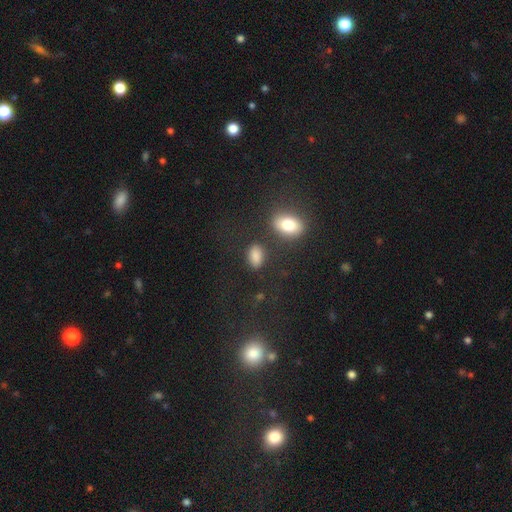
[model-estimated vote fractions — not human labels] Smooth or featured? Predicted: smooth (p=0.81). How rounded? Predicted: in between (p=0.87). Merging? Predicted: none (p=0.73).